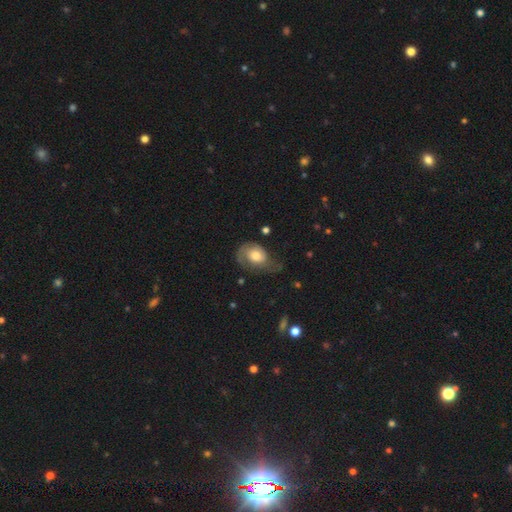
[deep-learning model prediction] This is possibly a featured or disk galaxy (53%). It is clearly not viewed edge-on (96%). Bar: likely no (78%). Spiral arm pattern: clearly yes (82%). Central bulge: likely moderate (62%). Merging: marginally none (36%).